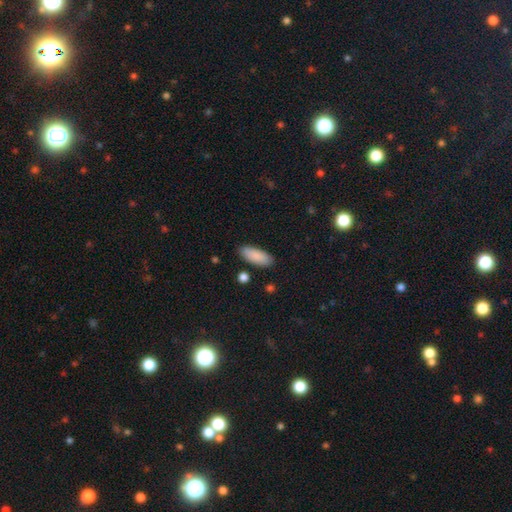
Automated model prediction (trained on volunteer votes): Morphology: type=smooth (89%); roundness=in between (73%); merging=none (85%).